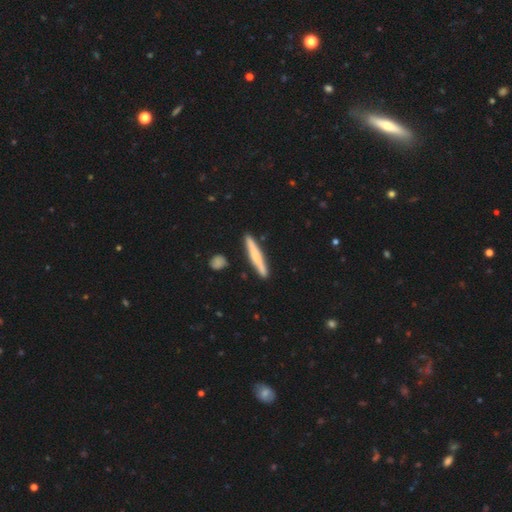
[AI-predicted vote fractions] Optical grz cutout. It shows a smooth galaxy with no disk features (55%) that is cigar-shaped (95%). Merging: none (89%).